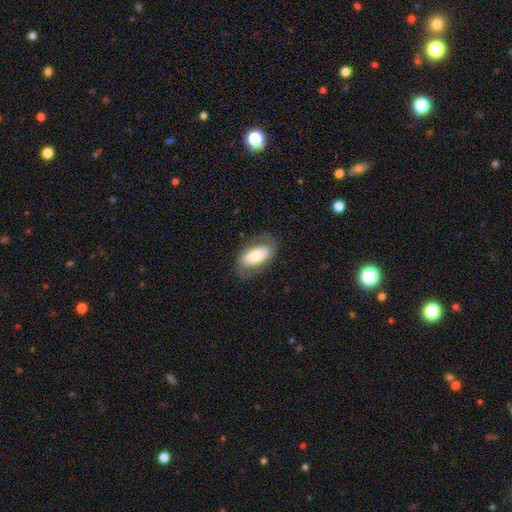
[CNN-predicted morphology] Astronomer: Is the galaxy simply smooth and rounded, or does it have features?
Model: smooth — 49% (runner-up: featured or disk, 45%).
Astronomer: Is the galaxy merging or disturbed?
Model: none — 72%.